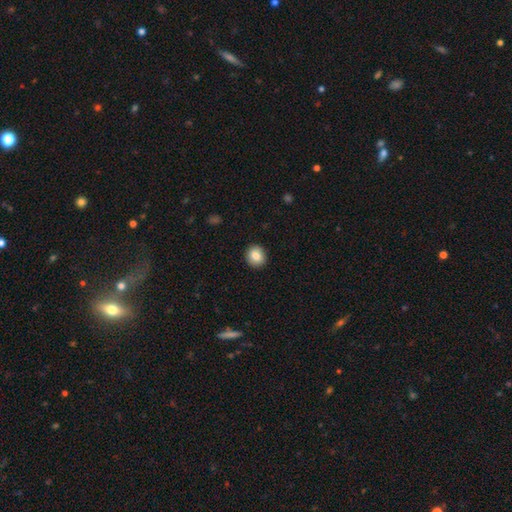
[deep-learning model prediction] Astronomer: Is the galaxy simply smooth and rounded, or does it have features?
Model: smooth — 84%.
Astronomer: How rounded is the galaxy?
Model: round — 83%.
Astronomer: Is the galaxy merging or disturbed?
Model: none — 91%.